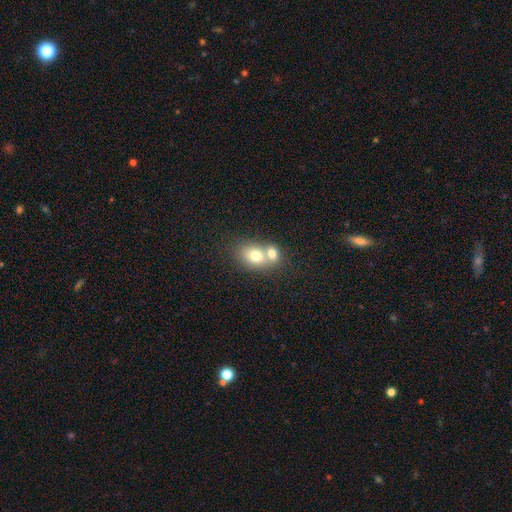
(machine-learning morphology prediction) Q: Smooth or featured?
A: smooth (73%); runner-up: featured or disk (18%)
Q: How rounded?
A: in between (58%); runner-up: round (40%)
Q: Merging?
A: merger (65%); runner-up: none (26%)